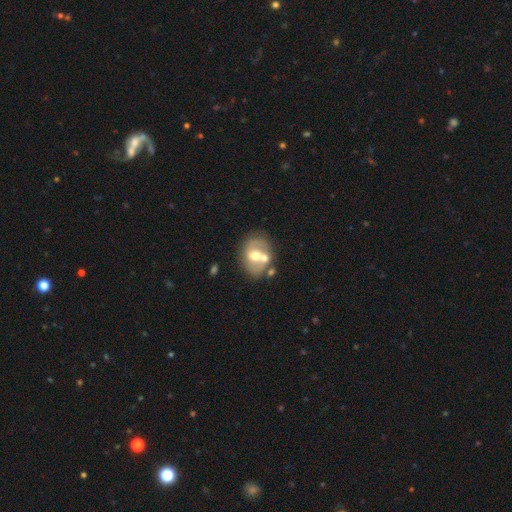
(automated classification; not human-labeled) Q: Smooth or featured?
A: featured or disk (53%); runner-up: smooth (39%)
Q: Edge-on disk?
A: no (95%); runner-up: yes (5%)
Q: Merging?
A: none (52%); runner-up: merger (25%)